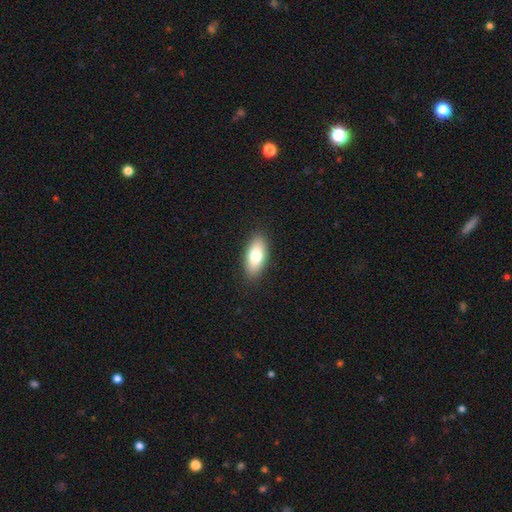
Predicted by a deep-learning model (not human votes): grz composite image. It shows a smooth galaxy with no disk features (76%) that is in between round and cigar-shaped (84%). Merging: none (89%).